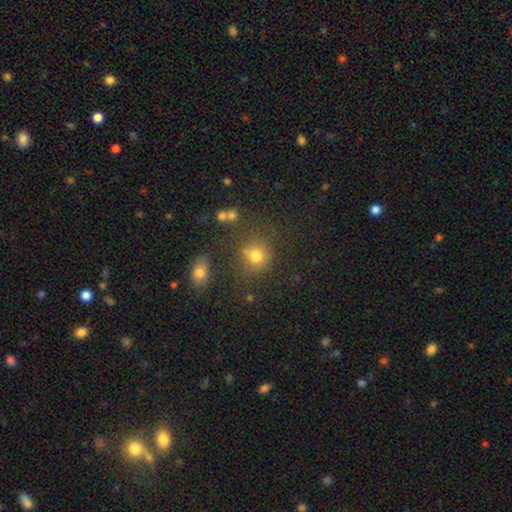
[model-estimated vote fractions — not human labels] Smooth or featured?
  - smooth: 75% *
  - star or artifact: 17%
  - featured or disk: 8%
How rounded?
  - round: 84% *
  - in between: 15%
  - cigar-shaped: 1%
Merging?
  - none: 71% *
  - minor disturbance: 13%
  - merger: 10%
  - major disturbance: 6%